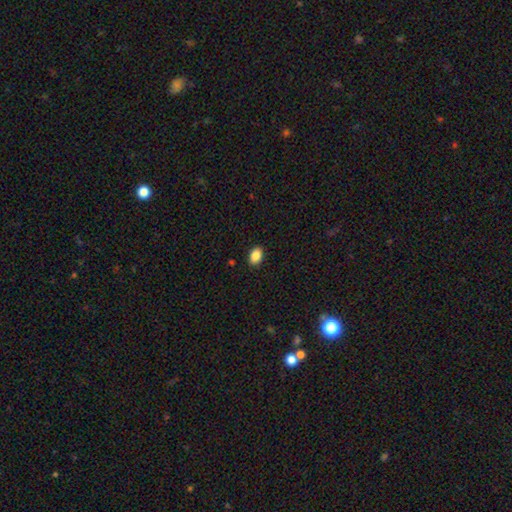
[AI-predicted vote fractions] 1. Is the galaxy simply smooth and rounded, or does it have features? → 87% smooth, 8% star or artifact, 4% featured or disk.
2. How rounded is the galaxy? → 85% in between, 13% round, 1% cigar-shaped.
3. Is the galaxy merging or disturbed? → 90% none, 8% minor disturbance, 2% major disturbance, 1% merger.